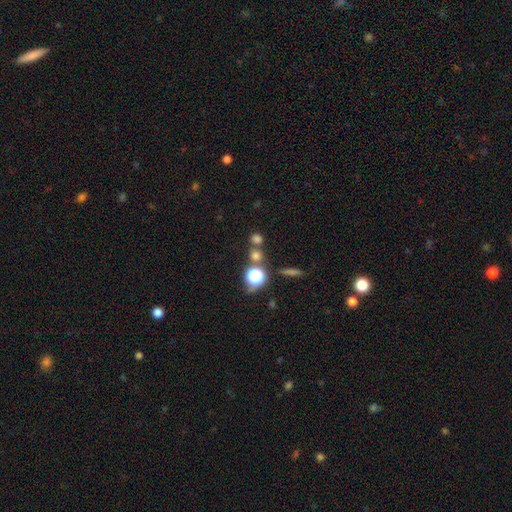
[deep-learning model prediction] Morphology: type=smooth (65%); roundness=round (83%); merging=none (65%).